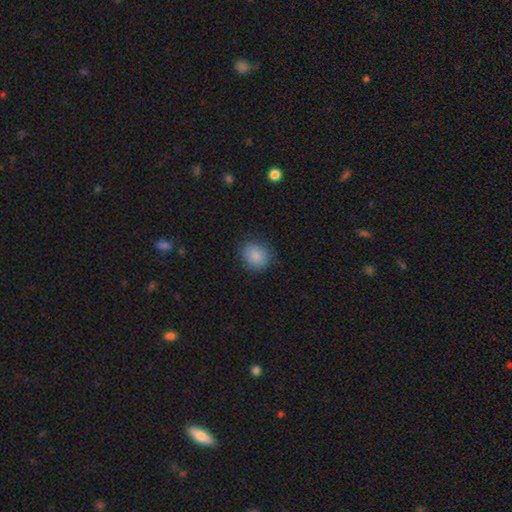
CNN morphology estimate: Q: Smooth or featured?
A: smooth (86%); runner-up: star or artifact (8%)
Q: How rounded?
A: round (74%); runner-up: in between (25%)
Q: Merging?
A: none (82%); runner-up: minor disturbance (14%)